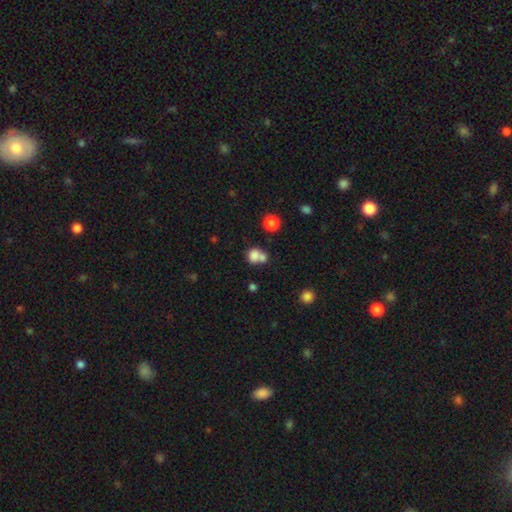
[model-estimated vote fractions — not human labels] Smooth or featured? Predicted: smooth (p=0.76). How rounded? Predicted: round (p=0.64). Merging? Predicted: merger (p=0.54).